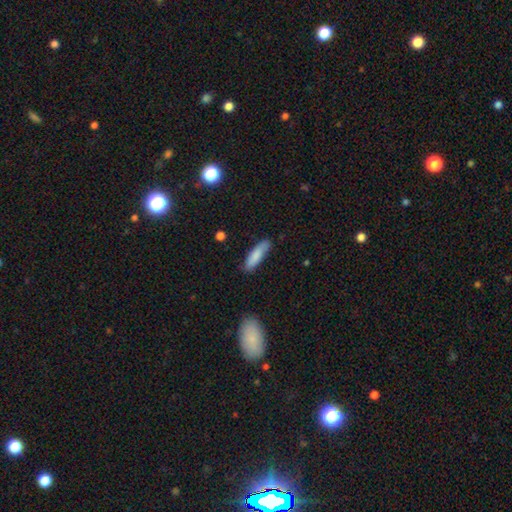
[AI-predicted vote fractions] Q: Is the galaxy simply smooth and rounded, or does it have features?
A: smooth — 83%.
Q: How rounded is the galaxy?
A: cigar-shaped — 62%.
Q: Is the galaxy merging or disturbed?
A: none — 82%.